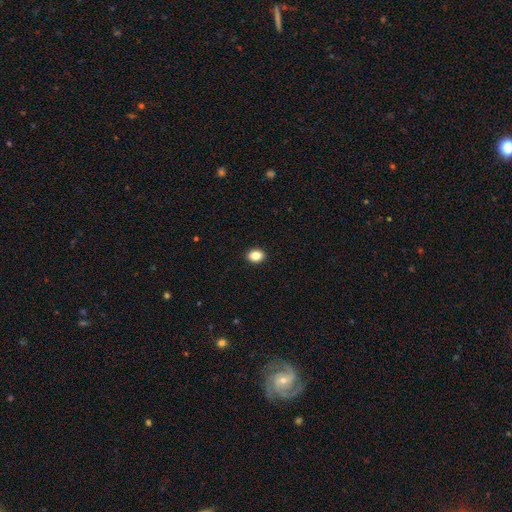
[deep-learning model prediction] Smooth or featured? smooth (86%)
How rounded? in between (66%)
Merging? none (91%)